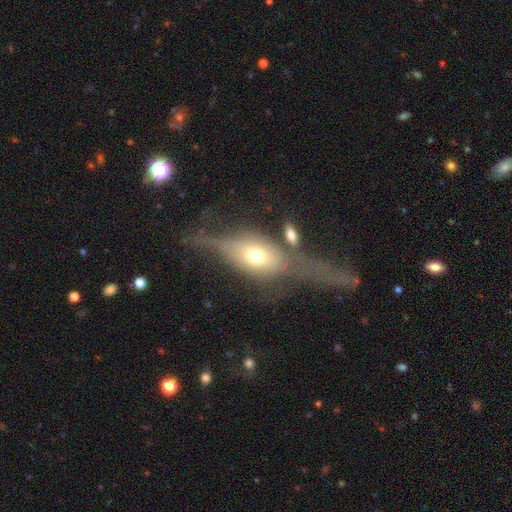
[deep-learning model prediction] Morphology: type=featured or disk (57%); edge-on=yes (72%); merging=none (36%).